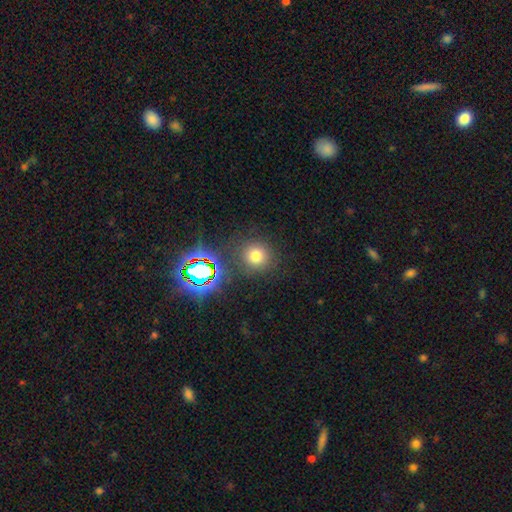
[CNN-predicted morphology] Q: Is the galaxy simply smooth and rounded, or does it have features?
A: smooth — 70%.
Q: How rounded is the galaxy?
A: round — 91%.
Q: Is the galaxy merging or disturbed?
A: none — 84%.